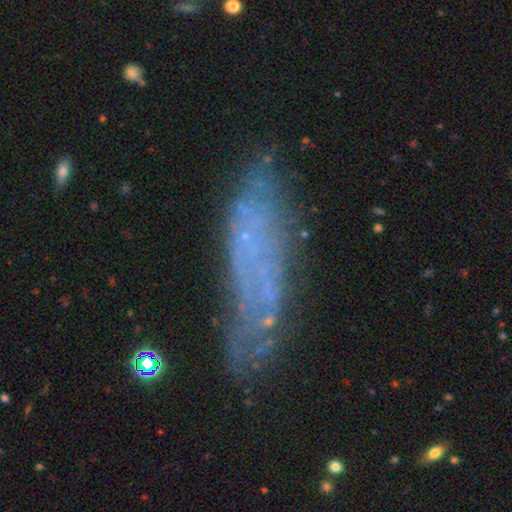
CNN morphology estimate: This is possibly a featured or disk galaxy (49%). Merging: likely none (65%).